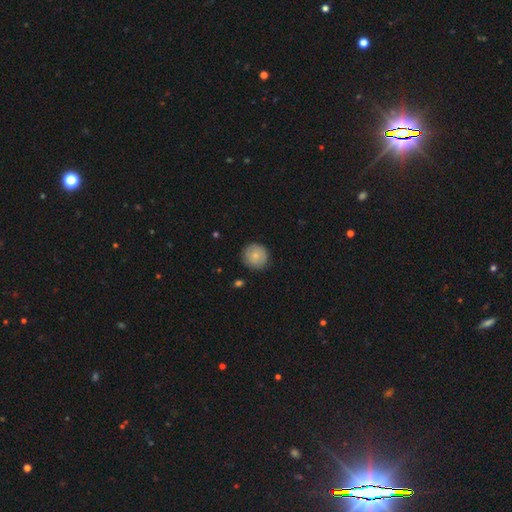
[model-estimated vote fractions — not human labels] This is likely a smooth galaxy (79%). How rounded: clearly round (94%). Merging: clearly none (87%).